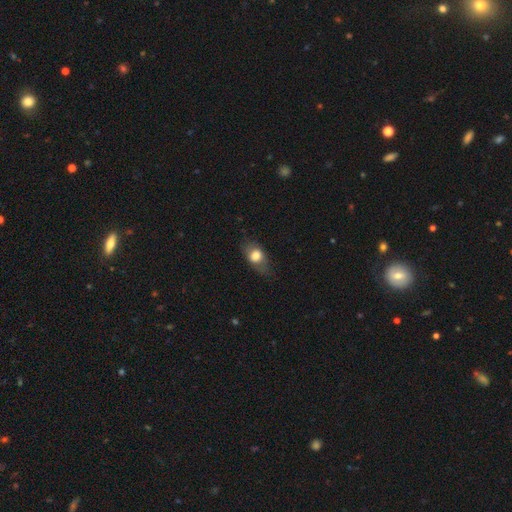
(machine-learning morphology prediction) Smooth or featured: smooth — 70% (featured or disk — 22%)
How rounded: in between — 76% (round — 19%)
Merging: none — 70% (minor disturbance — 21%)